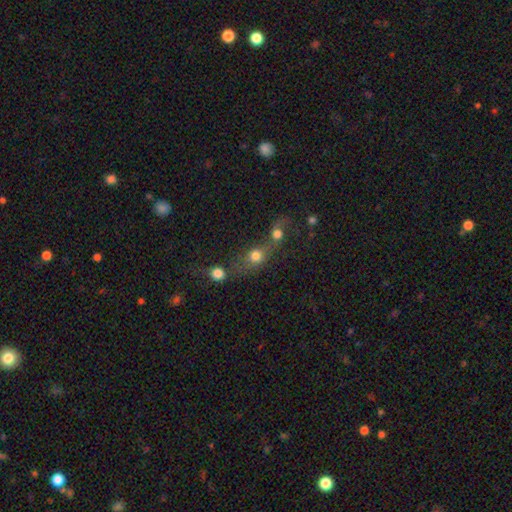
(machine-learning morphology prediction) A smooth galaxy with no disk features (71%) that is round (65%).

Vote fractions:
- Smooth or featured? smooth: 71% / star or artifact: 15% / featured or disk: 14%
- How rounded? round: 65% / in between: 31% / cigar-shaped: 3%
- Merging? merger: 56% / none: 28% / major disturbance: 8% / minor disturbance: 8%